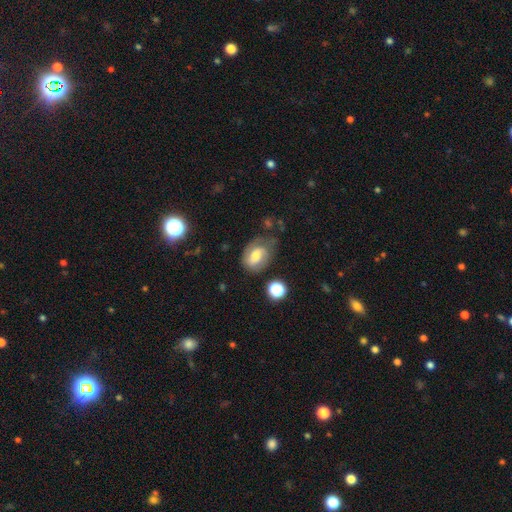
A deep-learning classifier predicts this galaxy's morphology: Smooth or featured? smooth (45%, tied with featured or disk)
Merging? none (51%)